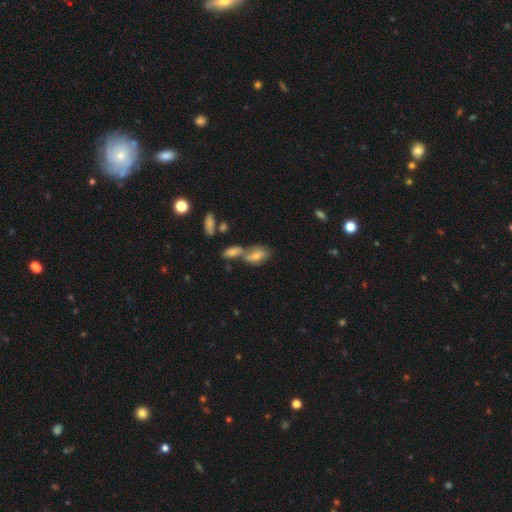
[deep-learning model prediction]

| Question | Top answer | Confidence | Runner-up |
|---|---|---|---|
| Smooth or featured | smooth | 64% | featured or disk (26%) |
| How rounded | in between | 83% | round (10%) |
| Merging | merger | 50% | none (32%) |